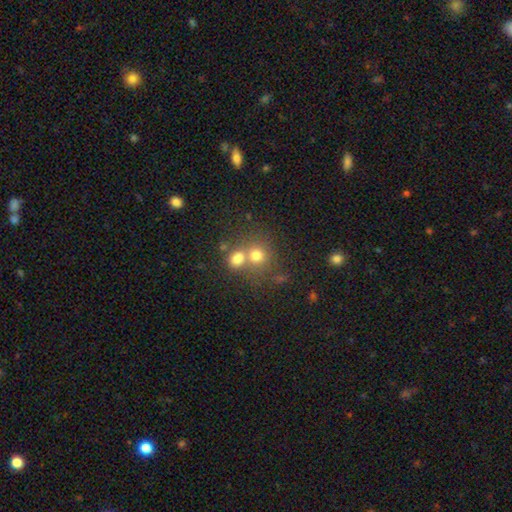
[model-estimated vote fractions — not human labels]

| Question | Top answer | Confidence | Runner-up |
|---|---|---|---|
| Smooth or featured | smooth | 71% | star or artifact (15%) |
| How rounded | round | 81% | in between (18%) |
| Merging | merger | 46% | none (42%) |